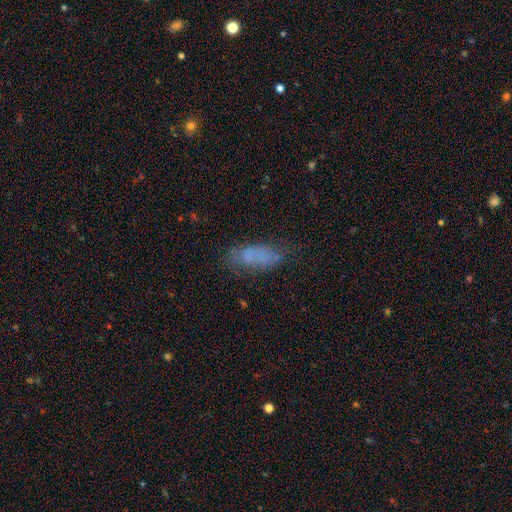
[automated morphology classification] smooth-or-featured: smooth: 65% | featured or disk: 22% | star or artifact: 13%
  how-rounded: in between: 76% | cigar-shaped: 20% | round: 3%
  merging: none: 57% | minor disturbance: 25% | major disturbance: 13% | merger: 4%